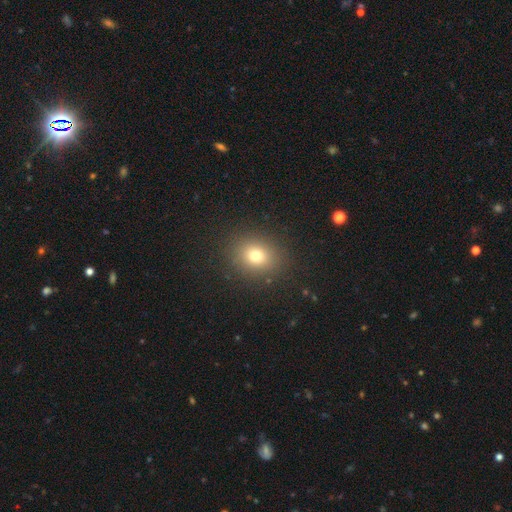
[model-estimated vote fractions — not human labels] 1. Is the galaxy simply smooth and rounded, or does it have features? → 74% smooth, 16% star or artifact, 10% featured or disk.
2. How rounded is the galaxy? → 64% round, 35% in between, 1% cigar-shaped.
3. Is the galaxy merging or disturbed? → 87% none, 8% minor disturbance, 4% major disturbance, 1% merger.